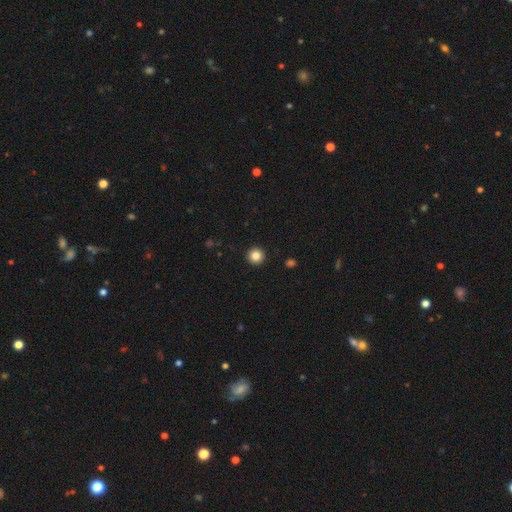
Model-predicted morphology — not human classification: This appears to be a smooth galaxy with no disk features (85%) that is round (96%). Merging: none (94%).